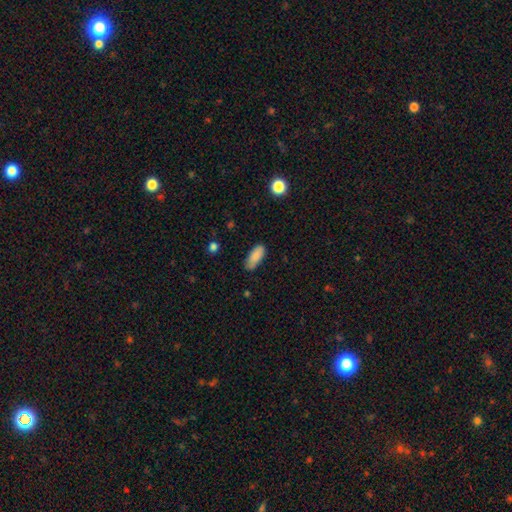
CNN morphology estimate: This is clearly a smooth galaxy (87%). How rounded: clearly in between (82%). Merging: likely none (78%).